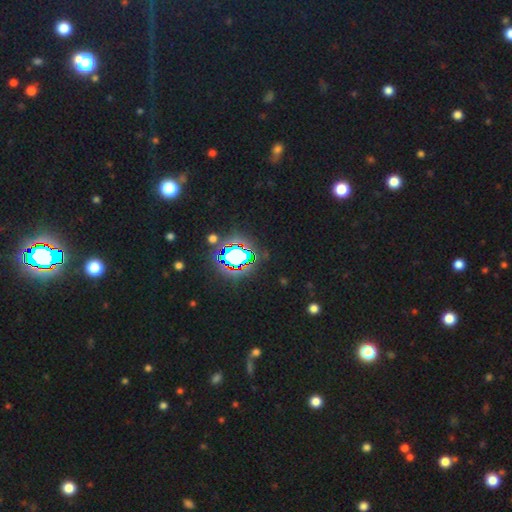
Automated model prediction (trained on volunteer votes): Smooth or featured? star or artifact (80%)